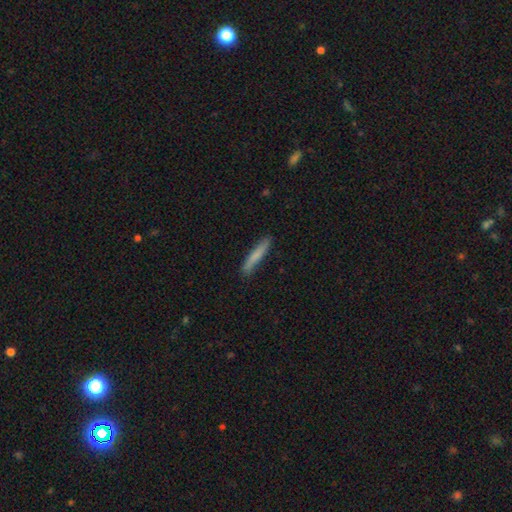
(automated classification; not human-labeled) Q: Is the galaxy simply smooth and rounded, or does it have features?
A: smooth — 78%.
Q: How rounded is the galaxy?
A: cigar-shaped — 94%.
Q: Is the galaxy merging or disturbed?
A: none — 86%.